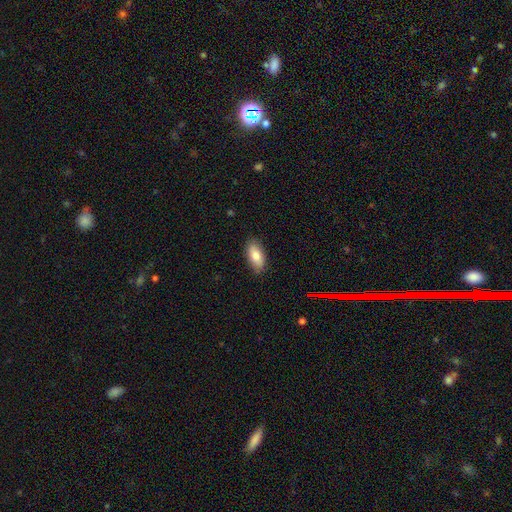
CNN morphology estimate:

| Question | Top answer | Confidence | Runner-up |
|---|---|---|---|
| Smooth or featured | smooth | 81% | featured or disk (12%) |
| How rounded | in between | 88% | cigar-shaped (9%) |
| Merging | none | 86% | minor disturbance (11%) |